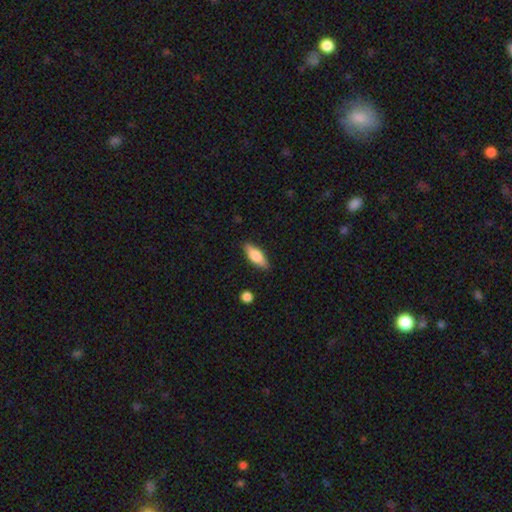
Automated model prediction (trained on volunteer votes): A smooth galaxy with no disk features (71%) that is in between round and cigar-shaped (65%). Merging: none (86%).